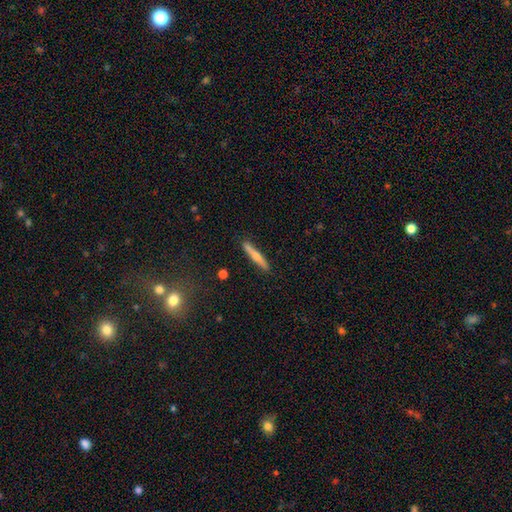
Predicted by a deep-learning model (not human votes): Smooth or featured: smooth — 53% (featured or disk — 41%)
How rounded: cigar-shaped — 93% (in between — 6%)
Merging: none — 88% (minor disturbance — 9%)